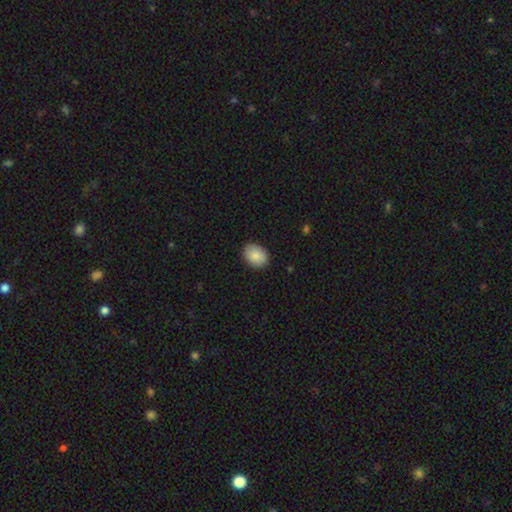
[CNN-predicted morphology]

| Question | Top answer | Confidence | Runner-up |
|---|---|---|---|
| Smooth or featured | smooth | 87% | star or artifact (7%) |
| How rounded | in between | 66% | round (33%) |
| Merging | none | 87% | minor disturbance (10%) |